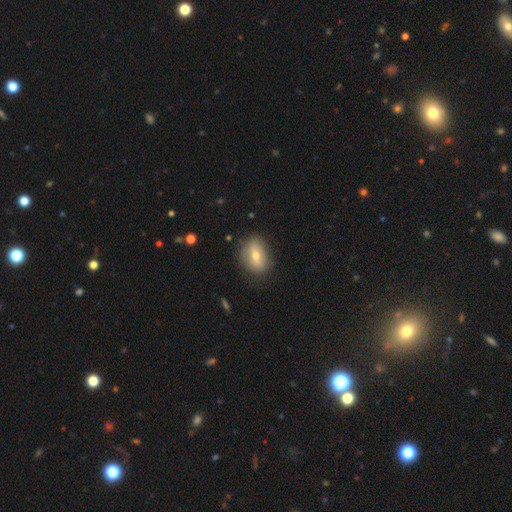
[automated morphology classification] Smooth or featured? smooth (61%)
How rounded? in between (73%)
Merging? none (76%)